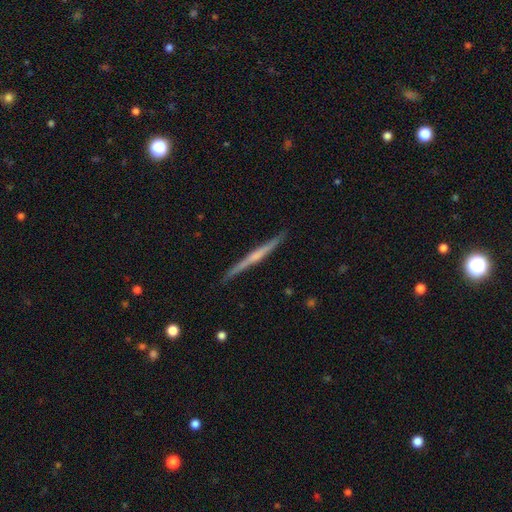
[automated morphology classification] type=featured or disk (68%); edge-on=yes (98%); edge-on bulge=none (47%); merging=none (89%).